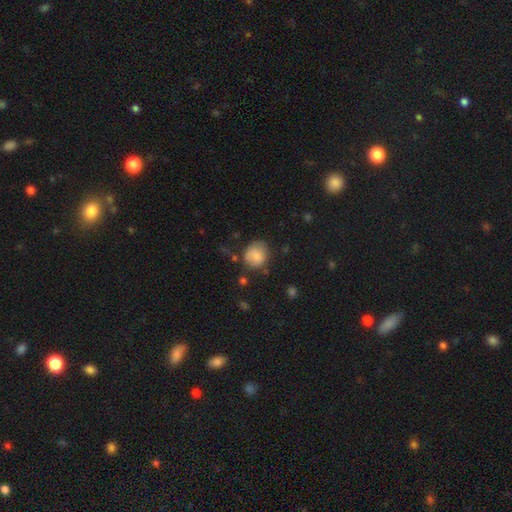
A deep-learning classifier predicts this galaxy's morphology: A smooth galaxy with no disk features (81%) that is round (73%). Merging: none (67%).